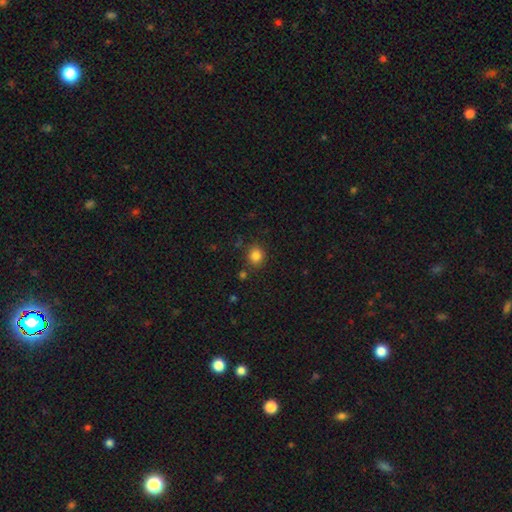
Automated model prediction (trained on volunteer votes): A smooth galaxy with no disk features (84%) that is round (82%).

Vote fractions:
- Smooth or featured? smooth: 84% / star or artifact: 12% / featured or disk: 5%
- How rounded? round: 82% / in between: 17% / cigar-shaped: 1%
- Merging? none: 82% / minor disturbance: 10% / merger: 5% / major disturbance: 3%